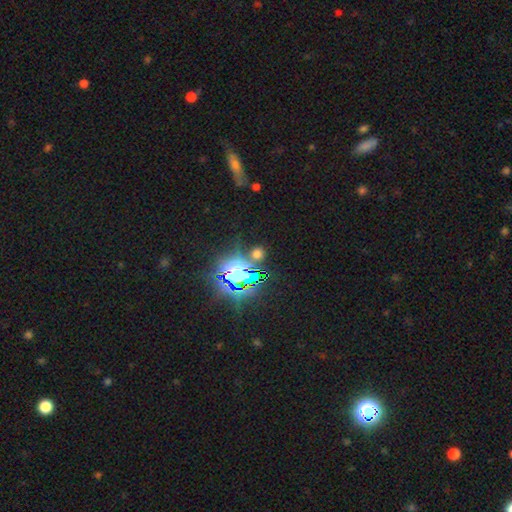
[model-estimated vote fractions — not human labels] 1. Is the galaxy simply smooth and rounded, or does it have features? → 75% star or artifact, 15% smooth, 10% featured or disk.